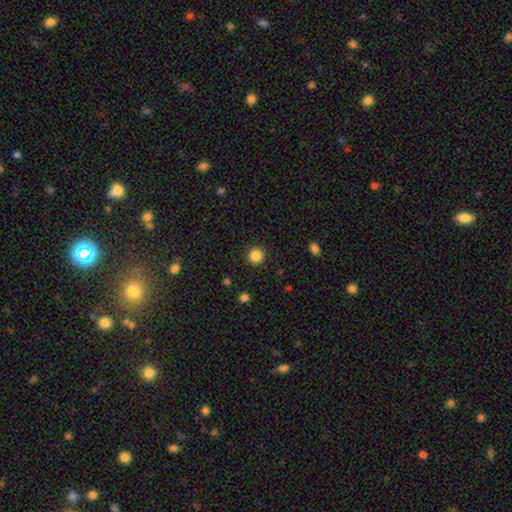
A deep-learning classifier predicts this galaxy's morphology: This appears to be a smooth galaxy with no disk features (85%) that is round (95%). Merging: none (92%).